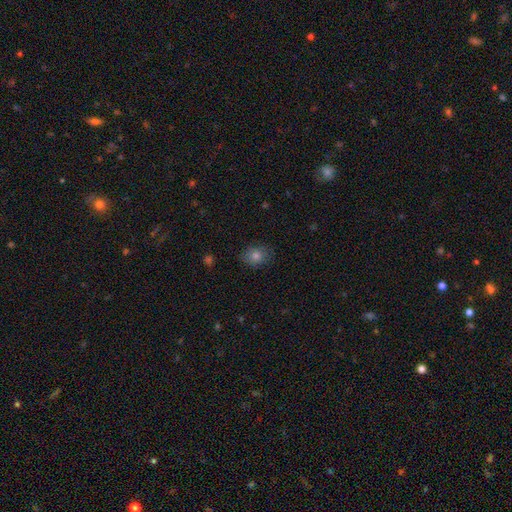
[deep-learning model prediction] A smooth galaxy with no disk features (77%) that is round (55%).

Vote fractions:
- Smooth or featured? smooth: 77% / star or artifact: 14% / featured or disk: 9%
- How rounded? round: 55% / in between: 44% / cigar-shaped: 1%
- Merging? none: 84% / minor disturbance: 12% / major disturbance: 3% / merger: 1%